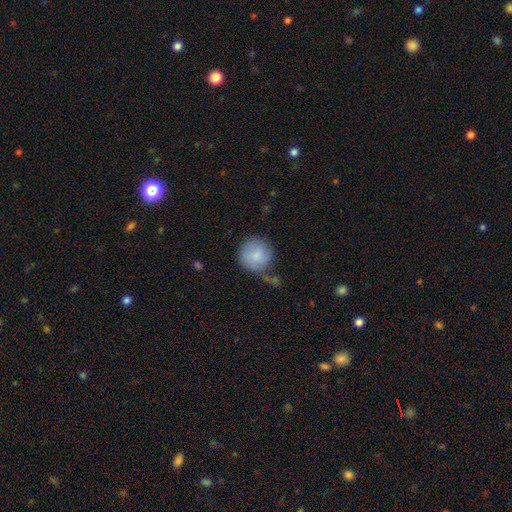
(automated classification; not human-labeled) smooth-or-featured: smooth: 79% | featured or disk: 15% | star or artifact: 6%
  how-rounded: round: 92% | in between: 7% | cigar-shaped: 1%
  merging: none: 54% | minor disturbance: 23% | merger: 12% | major disturbance: 11%